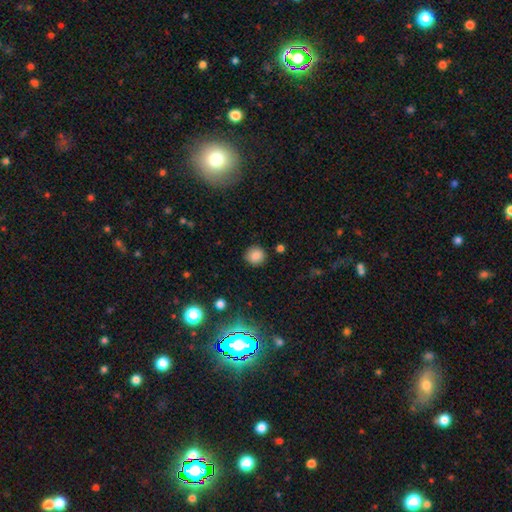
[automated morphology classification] smooth_or_featured: smooth (p=0.84) [alt: star or artifact p=0.12]
how_rounded: round (p=0.91) [alt: in between p=0.08]
merging: none (p=0.89) [alt: minor disturbance p=0.07]